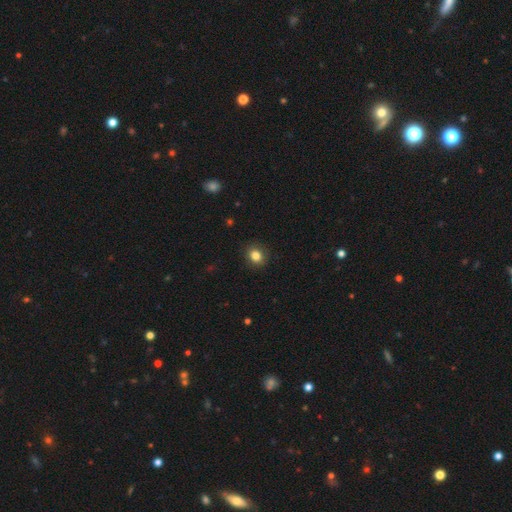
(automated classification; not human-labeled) A smooth galaxy with no disk features (83%) that is round (71%). Merging: none (89%).